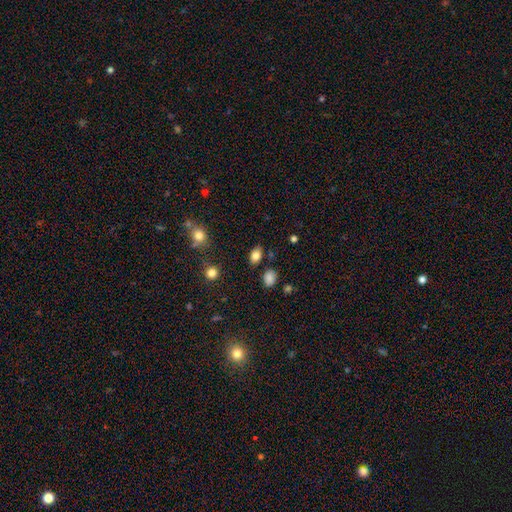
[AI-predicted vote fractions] Smooth or featured? smooth (83%)
How rounded? in between (84%)
Merging? none (82%)